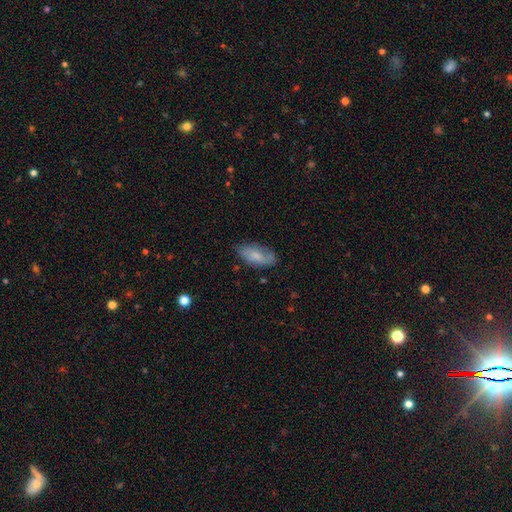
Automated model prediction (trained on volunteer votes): A smooth galaxy with no disk features (72%) that is in between round and cigar-shaped (87%). Merging: none (72%).